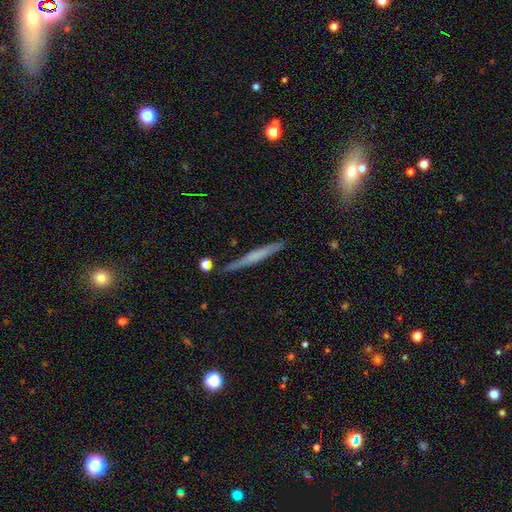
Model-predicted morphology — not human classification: featured or disk 48%, smooth 46%, star or artifact 7%. Down the decision tree: merging — none (85%).